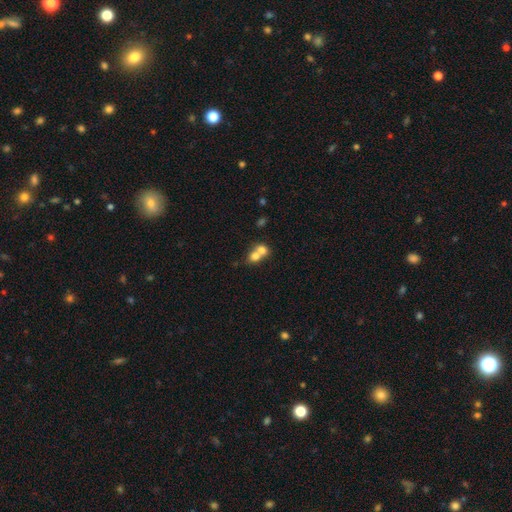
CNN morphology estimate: type=smooth (73%); roundness=round (67%); merging=merger (72%).